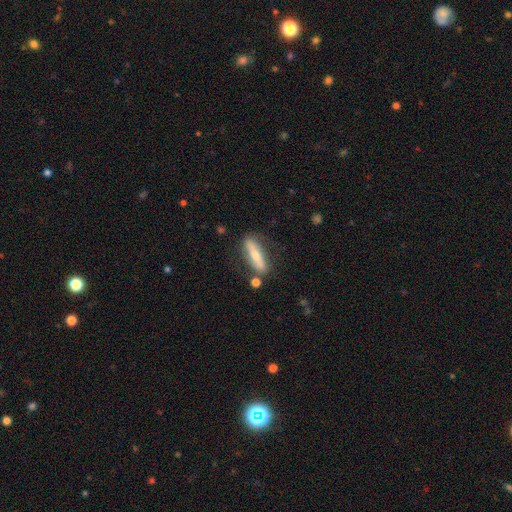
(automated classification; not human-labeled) The model was most divided on "smooth or featured": smooth: 51%, featured or disk: 43%, star or artifact: 6%. More confident: merging — none (77%); how rounded — cigar-shaped (72%).